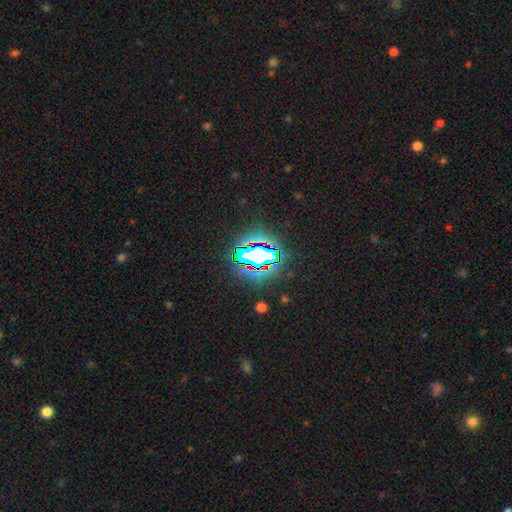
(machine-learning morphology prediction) Q: Smooth or featured?
A: star or artifact (69%); runner-up: smooth (18%)